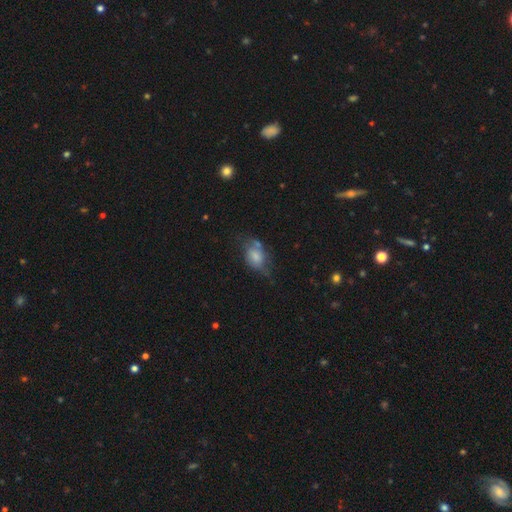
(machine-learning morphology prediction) smooth 61%, featured or disk 30%, star or artifact 9%. Down the decision tree: how rounded — in between (79%); merging — none (40%).